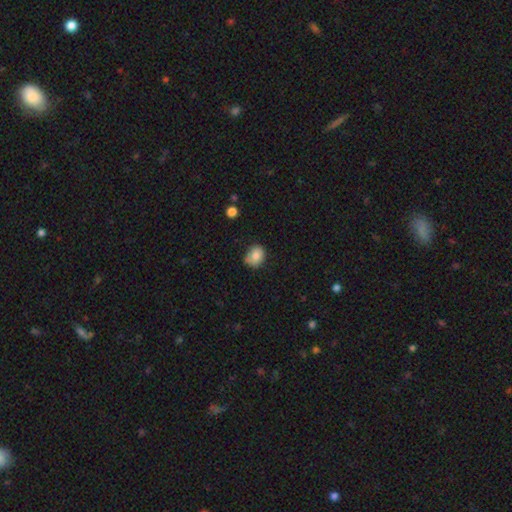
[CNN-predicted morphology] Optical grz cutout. It shows a smooth galaxy with no disk features (80%) that is round (53%). Merging: none (60%).